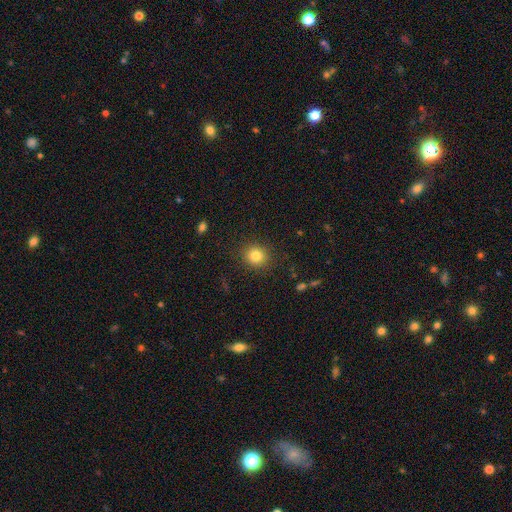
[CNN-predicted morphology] Q: Smooth or featured?
A: smooth (82%); runner-up: star or artifact (12%)
Q: How rounded?
A: round (84%); runner-up: in between (15%)
Q: Merging?
A: none (89%); runner-up: minor disturbance (7%)